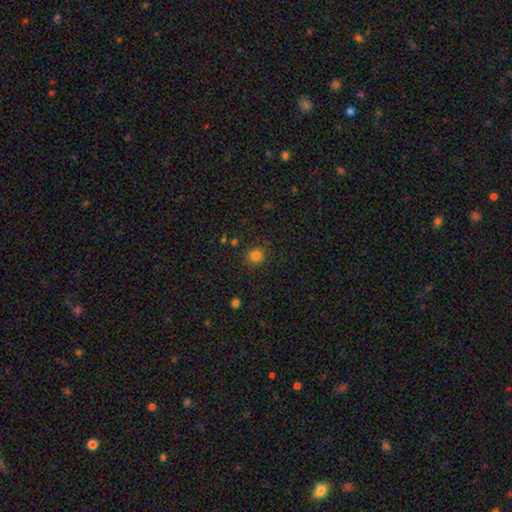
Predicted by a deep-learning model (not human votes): Smooth or featured? smooth (80%)
How rounded? round (84%)
Merging? none (85%)